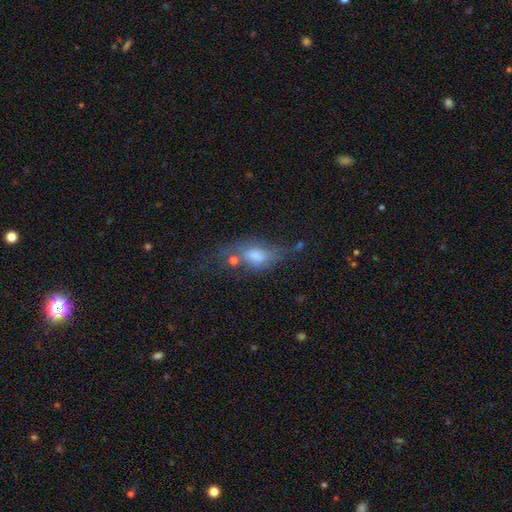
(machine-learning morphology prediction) This appears to be a smooth galaxy with no disk features (59%) that is in between round and cigar-shaped (78%). Merging: none (36%).